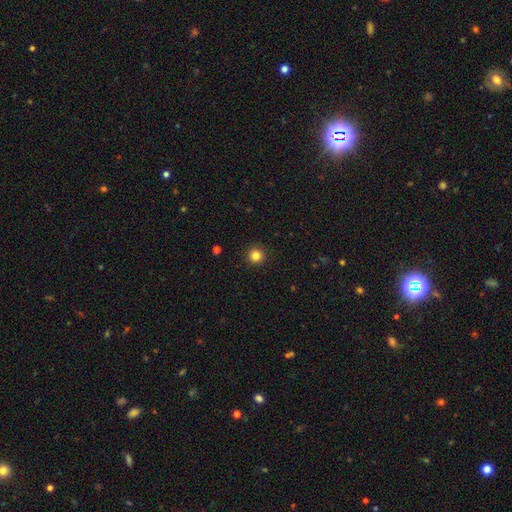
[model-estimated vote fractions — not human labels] Overall: smooth (83%). How rounded: round (96%). Merging: none (93%).